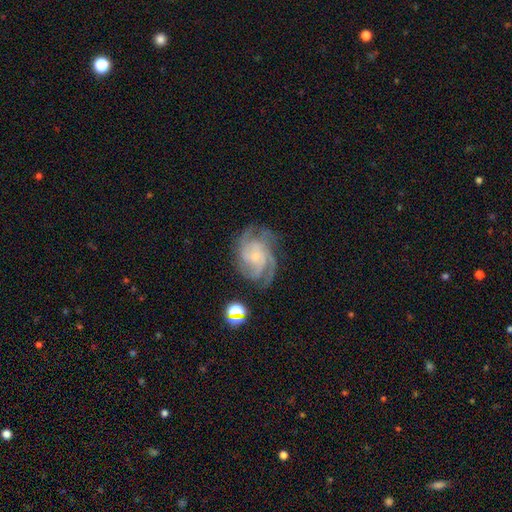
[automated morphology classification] Q: Smooth or featured?
A: featured or disk (87%); runner-up: smooth (7%)
Q: Edge-on disk?
A: no (98%); runner-up: yes (2%)
Q: Bar?
A: no (68%); runner-up: weak (27%)
Q: Spiral arms?
A: yes (98%); runner-up: no (2%)
Q: Spiral winding?
A: tight (50%); runner-up: medium (41%)
Q: Spiral arm count?
A: 3 (36%); runner-up: 4 (27%)
Q: Bulge size?
A: small (73%); runner-up: moderate (16%)
Q: Merging?
A: none (70%); runner-up: minor disturbance (18%)